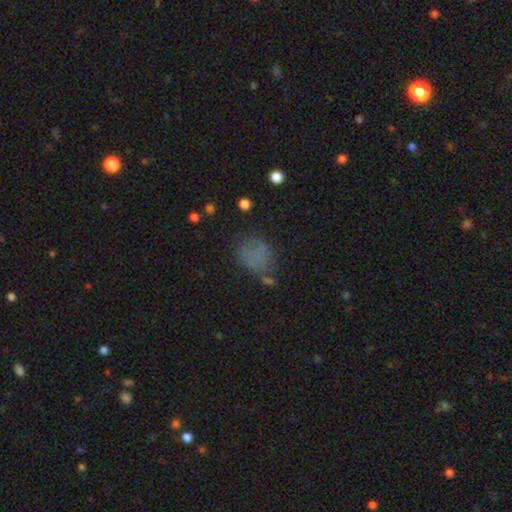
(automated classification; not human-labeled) A smooth galaxy with no disk features (63%) that is in between round and cigar-shaped (55%).

Vote fractions:
- Smooth or featured? smooth: 63% / star or artifact: 19% / featured or disk: 18%
- How rounded? in between: 55% / round: 43% / cigar-shaped: 2%
- Merging? none: 50% / minor disturbance: 24% / major disturbance: 18% / merger: 8%